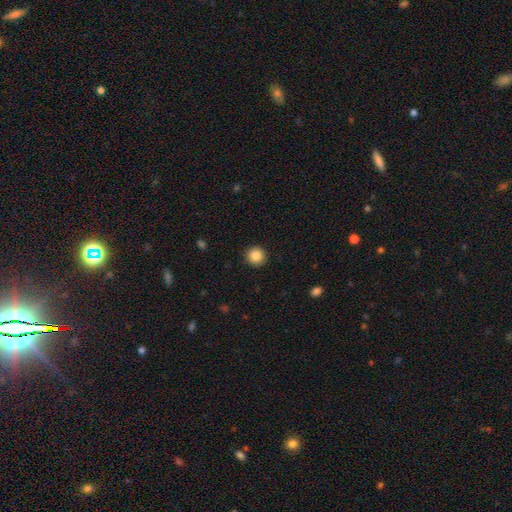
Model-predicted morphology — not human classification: Smooth or featured? Predicted: smooth (p=0.87). How rounded? Predicted: round (p=0.94). Merging? Predicted: none (p=0.92).